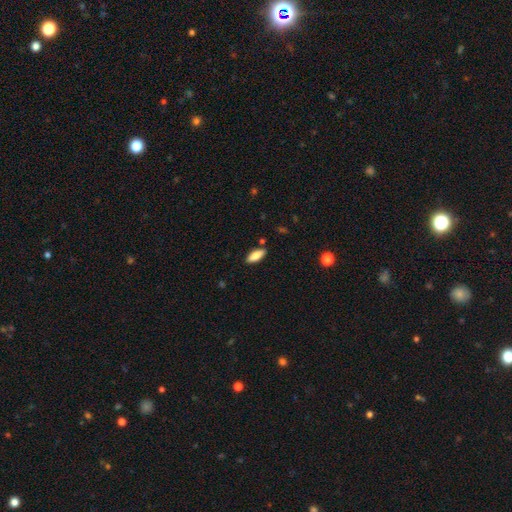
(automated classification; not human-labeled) Smooth or featured: smooth — 85% (featured or disk — 9%)
How rounded: in between — 73% (cigar-shaped — 25%)
Merging: none — 85% (minor disturbance — 11%)